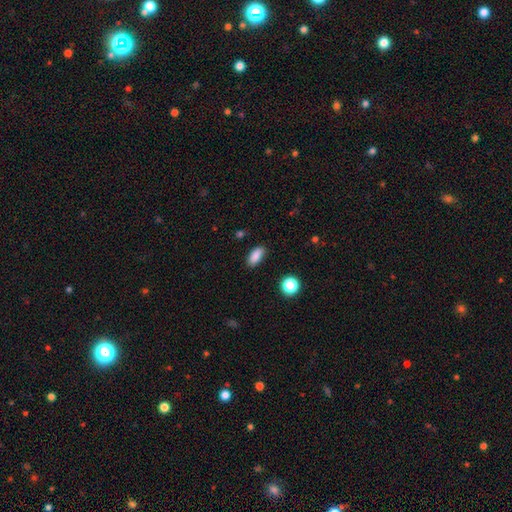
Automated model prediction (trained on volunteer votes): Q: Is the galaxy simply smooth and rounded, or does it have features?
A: smooth — 87%.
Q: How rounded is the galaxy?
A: in between — 86%.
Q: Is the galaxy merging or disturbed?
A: none — 86%.